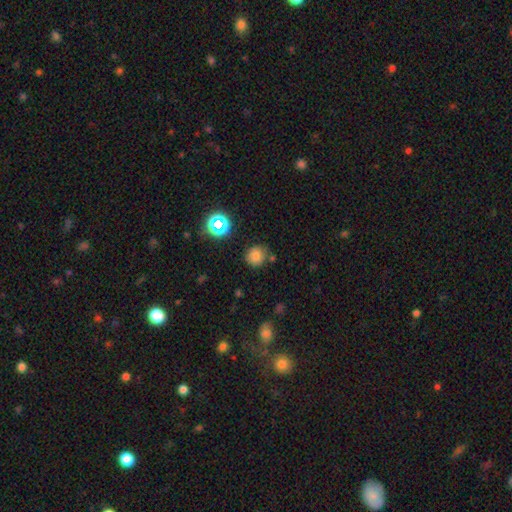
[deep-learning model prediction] Q: Smooth or featured?
A: smooth (75%); runner-up: star or artifact (18%)
Q: How rounded?
A: round (91%); runner-up: in between (8%)
Q: Merging?
A: none (78%); runner-up: minor disturbance (12%)